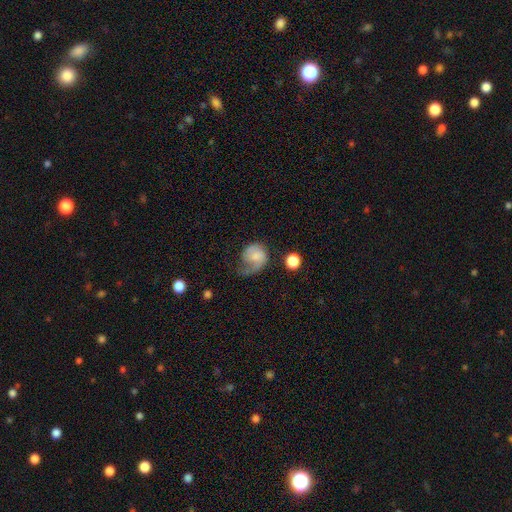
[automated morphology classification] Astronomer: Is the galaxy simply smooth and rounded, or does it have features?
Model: featured or disk — 46%, tied with smooth at 46%.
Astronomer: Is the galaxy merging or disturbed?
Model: major disturbance — 41% (runner-up: none, 30%).